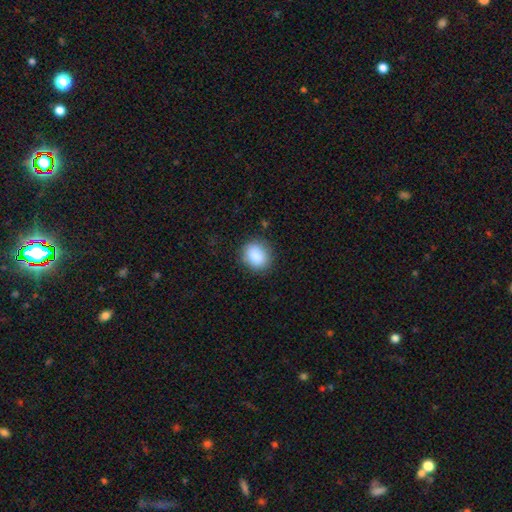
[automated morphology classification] smooth 88%, star or artifact 8%, featured or disk 5%. Down the decision tree: how rounded — round (64%); merging — none (84%).